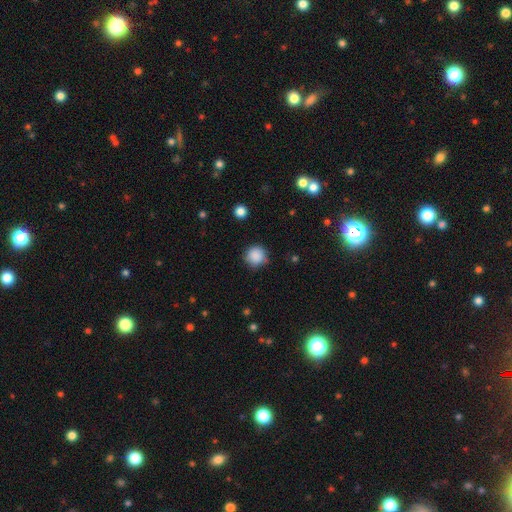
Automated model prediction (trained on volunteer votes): smooth 88%, star or artifact 9%, featured or disk 3%. Down the decision tree: how rounded — round (93%); merging — none (82%).